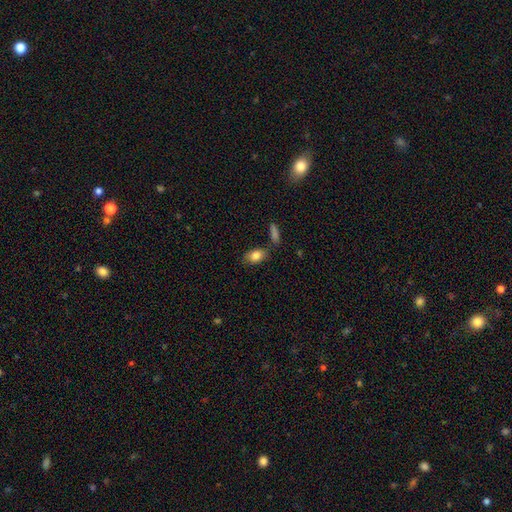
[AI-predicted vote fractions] A smooth galaxy with no disk features (83%) that is in between round and cigar-shaped (86%). Merging: none (75%).